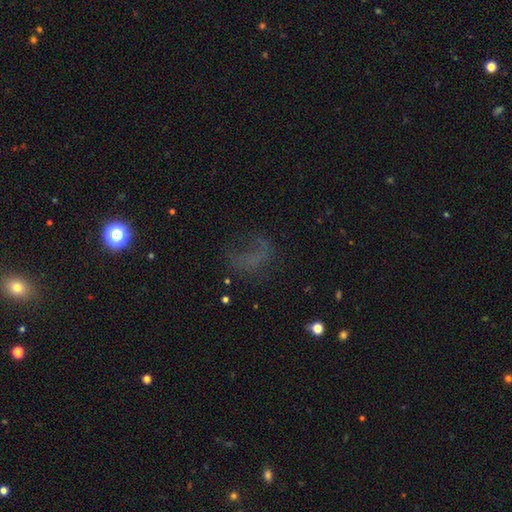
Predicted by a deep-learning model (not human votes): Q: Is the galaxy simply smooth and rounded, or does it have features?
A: featured or disk — 34%.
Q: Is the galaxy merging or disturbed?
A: none — 44%.